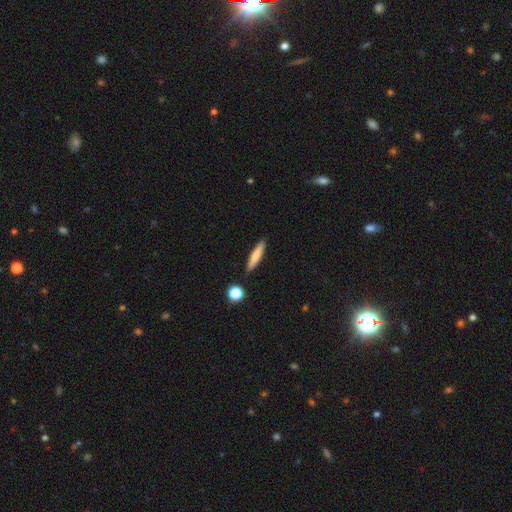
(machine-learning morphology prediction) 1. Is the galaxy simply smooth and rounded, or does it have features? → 74% smooth, 19% featured or disk, 7% star or artifact.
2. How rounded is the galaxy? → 86% cigar-shaped, 12% in between, 2% round.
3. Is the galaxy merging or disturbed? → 88% none, 8% minor disturbance, 2% merger, 2% major disturbance.